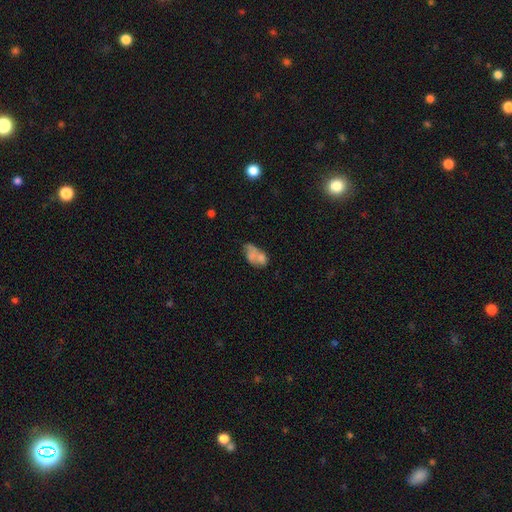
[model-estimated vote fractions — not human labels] Smooth or featured?
  - smooth: 57% *
  - featured or disk: 31%
  - star or artifact: 11%
How rounded?
  - in between: 84% *
  - round: 13%
  - cigar-shaped: 3%
Merging?
  - merger: 41% *
  - none: 23%
  - minor disturbance: 18%
  - major disturbance: 18%